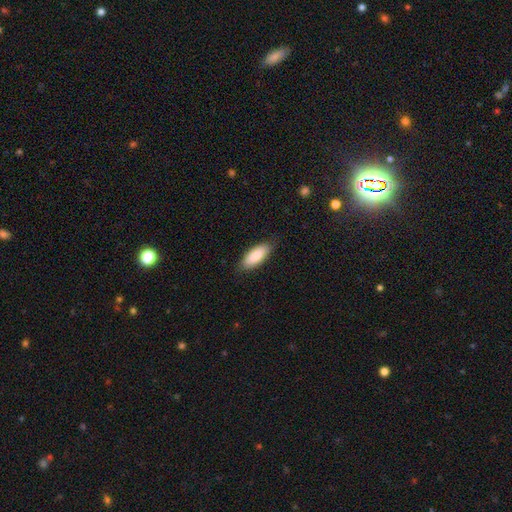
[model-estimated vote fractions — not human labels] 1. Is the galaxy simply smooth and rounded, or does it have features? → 85% smooth, 9% featured or disk, 6% star or artifact.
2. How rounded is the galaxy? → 80% in between, 18% cigar-shaped, 2% round.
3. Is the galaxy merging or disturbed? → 84% none, 12% minor disturbance, 2% major disturbance, 1% merger.